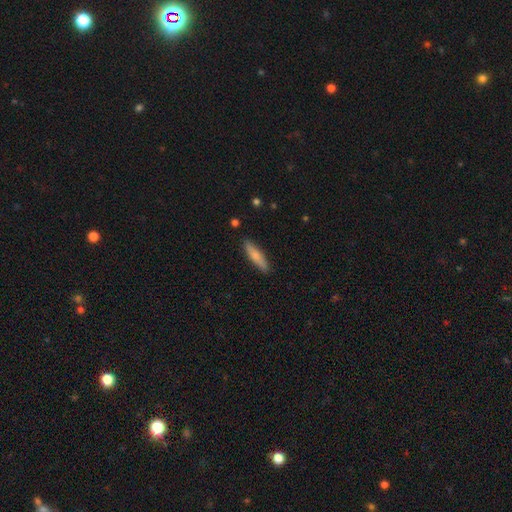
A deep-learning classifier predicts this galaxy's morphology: A smooth galaxy with no disk features (68%) that is cigar-shaped (77%). Merging: none (89%).